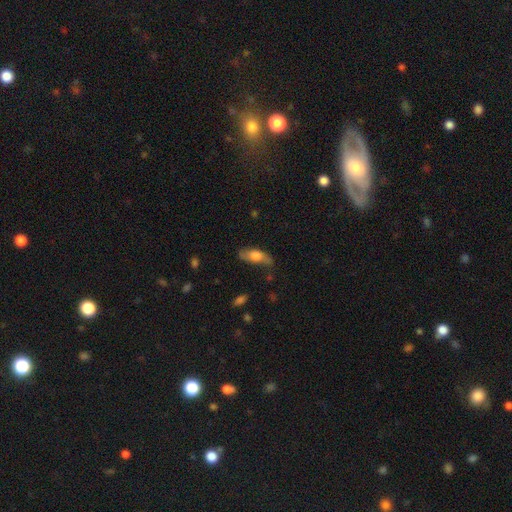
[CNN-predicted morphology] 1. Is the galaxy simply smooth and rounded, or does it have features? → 58% smooth, 35% featured or disk, 7% star or artifact.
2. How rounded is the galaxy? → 74% in between, 23% cigar-shaped, 3% round.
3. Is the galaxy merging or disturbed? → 63% none, 26% minor disturbance, 9% major disturbance, 2% merger.